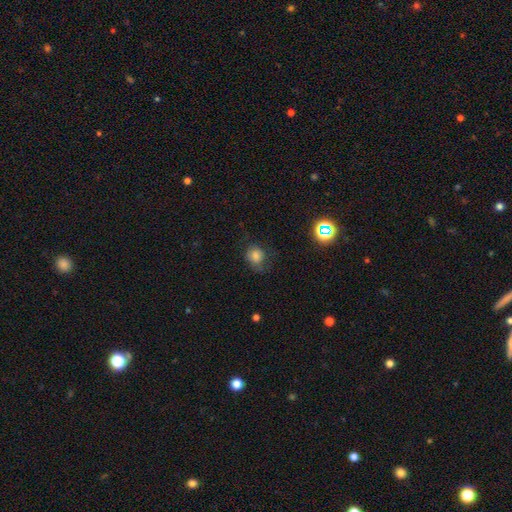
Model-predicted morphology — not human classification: Overall: smooth (76%). How rounded: round (75%). Merging: none (58%; minor disturbance 26%).